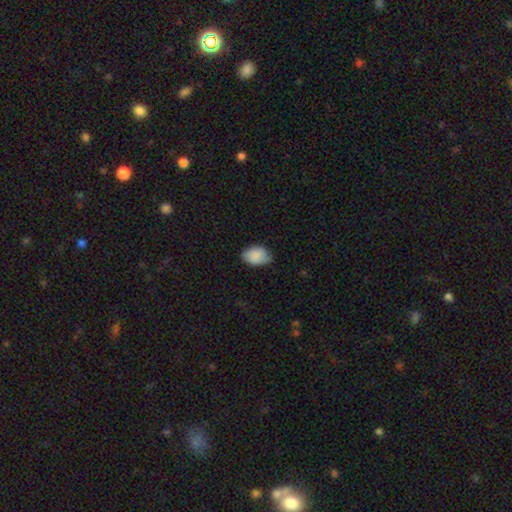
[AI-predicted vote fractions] Smooth or featured?
  - smooth: 86% *
  - featured or disk: 7%
  - star or artifact: 7%
How rounded?
  - in between: 82% *
  - round: 17%
  - cigar-shaped: 1%
Merging?
  - none: 69% *
  - minor disturbance: 26%
  - major disturbance: 4%
  - merger: 1%